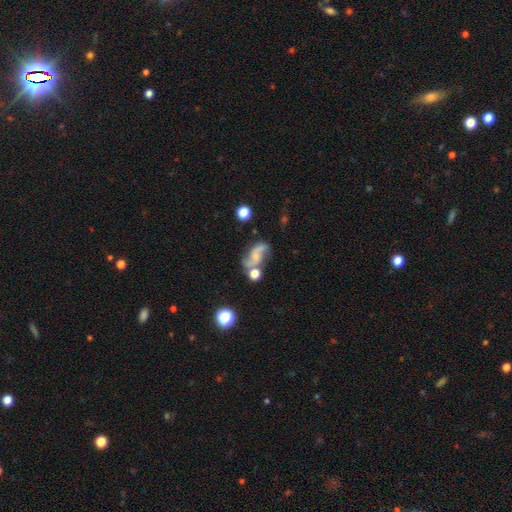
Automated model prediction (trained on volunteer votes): Smooth or featured? Predicted: featured or disk (p=0.77). Edge-on disk? Predicted: no (p=0.97). Bar? Predicted: no (p=0.57). Spiral arms? Predicted: yes (p=0.94). Spiral winding? Predicted: loose (p=0.70). Spiral arm count? Predicted: 2 (p=0.92). Bulge size? Predicted: small (p=0.50). Merging? Predicted: none (p=0.54).